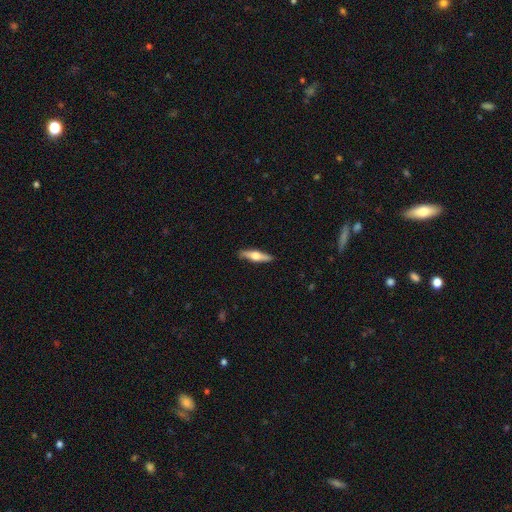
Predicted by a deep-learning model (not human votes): Smooth or featured? Predicted: featured or disk (p=0.53). Edge-on disk? Predicted: yes (p=0.93). Merging? Predicted: none (p=0.89).